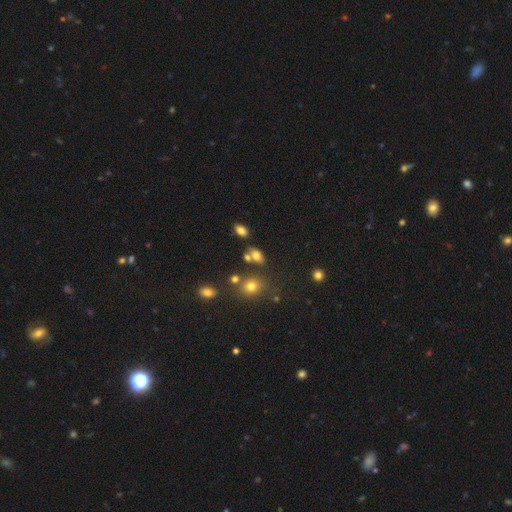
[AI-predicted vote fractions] Overall: smooth (73%). How rounded: in between (79%). Merging: none (60%).